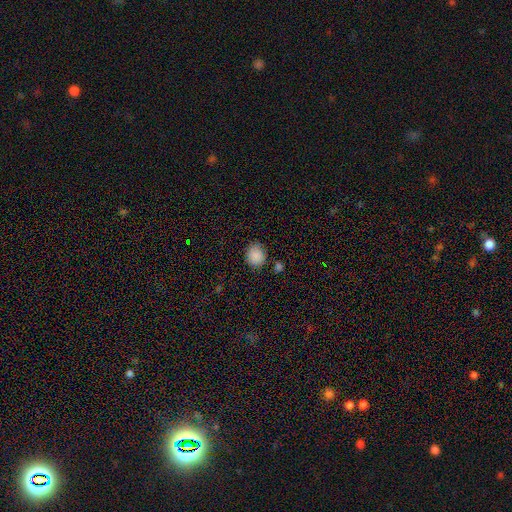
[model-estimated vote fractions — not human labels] Overall: smooth (87%). How rounded: round (75%). Merging: none (77%).